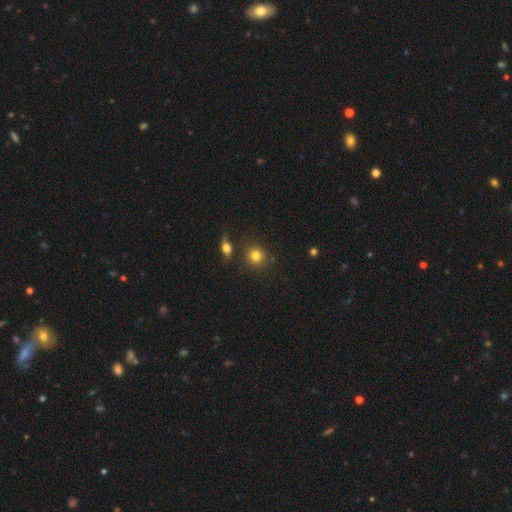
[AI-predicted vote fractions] Smooth or featured: smooth — 80% (star or artifact — 12%)
How rounded: round — 88% (in between — 11%)
Merging: none — 79% (minor disturbance — 9%)